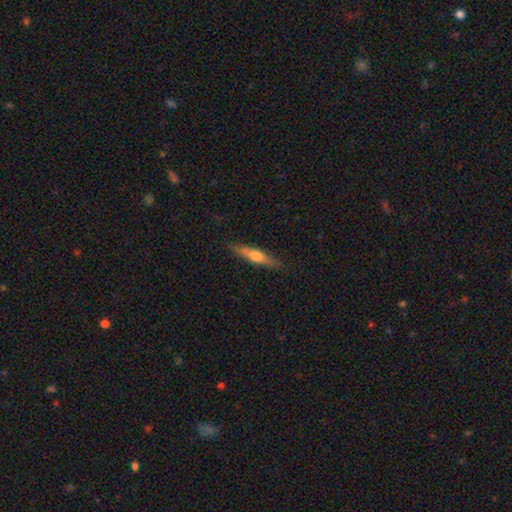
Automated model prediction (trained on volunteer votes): Morphology: type=featured or disk (48%); merging=none (84%).